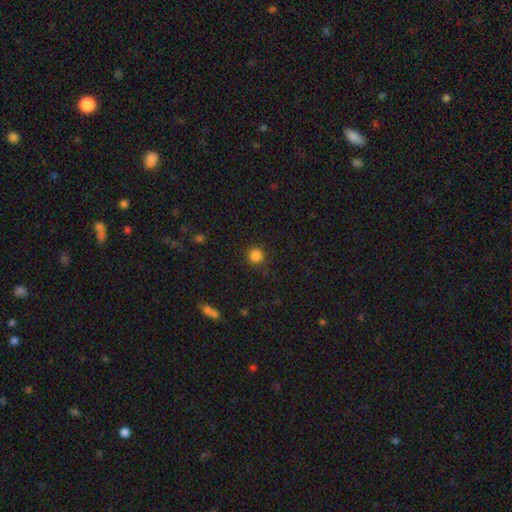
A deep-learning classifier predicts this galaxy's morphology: A smooth galaxy with no disk features (84%) that is round (95%).

Vote fractions:
- Smooth or featured? smooth: 84% / star or artifact: 12% / featured or disk: 4%
- How rounded? round: 95% / in between: 4% / cigar-shaped: 1%
- Merging? none: 91% / minor disturbance: 6% / major disturbance: 2% / merger: 1%